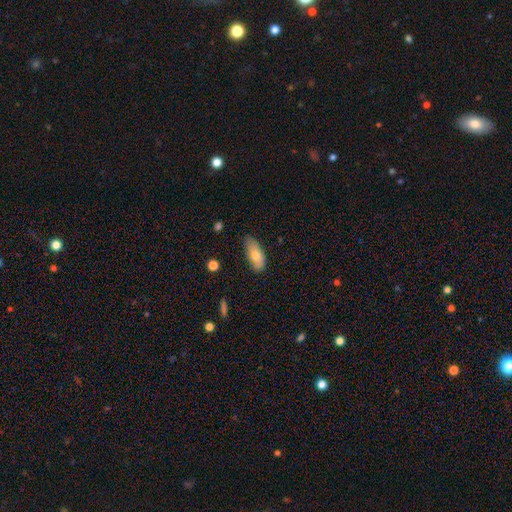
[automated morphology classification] smooth_or_featured: smooth (p=0.76) [alt: featured or disk p=0.17]
how_rounded: in between (p=0.84) [alt: cigar-shaped p=0.14]
merging: none (p=0.66) [alt: minor disturbance p=0.27]